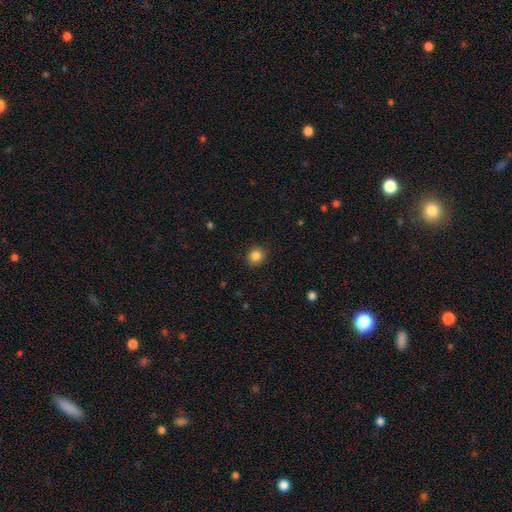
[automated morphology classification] This is clearly a smooth galaxy (85%). How rounded: clearly round (84%). Merging: clearly none (89%).